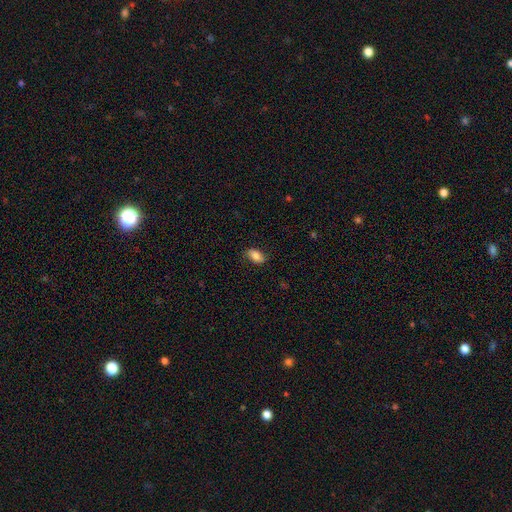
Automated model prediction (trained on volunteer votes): smooth-or-featured: smooth: 81% | featured or disk: 11% | star or artifact: 8%
  how-rounded: in between: 91% | round: 7% | cigar-shaped: 3%
  merging: none: 80% | minor disturbance: 16% | major disturbance: 4% | merger: 1%